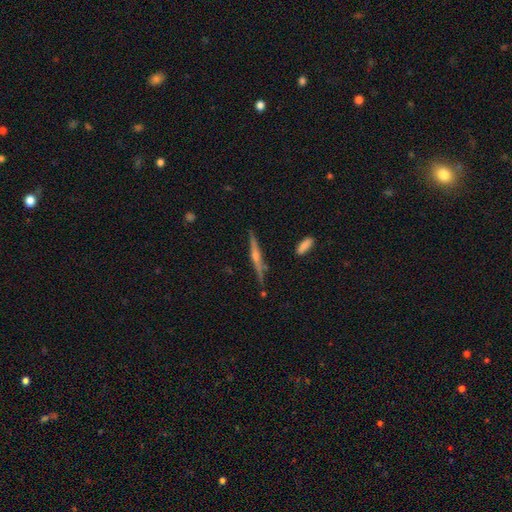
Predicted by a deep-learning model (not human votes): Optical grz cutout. It shows a featured or disk galaxy (75%) viewed edge-on (98%) with a rounded central bulge (79%). Merging: none (85%).